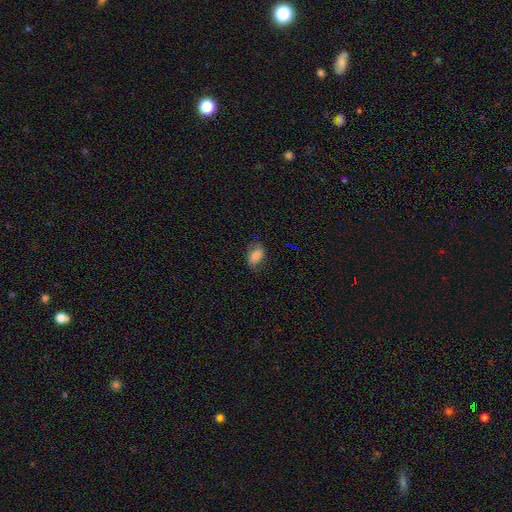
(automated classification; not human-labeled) Smooth or featured?
  - smooth: 80% *
  - featured or disk: 12%
  - star or artifact: 9%
How rounded?
  - in between: 87% *
  - round: 11%
  - cigar-shaped: 2%
Merging?
  - none: 71% *
  - minor disturbance: 21%
  - major disturbance: 7%
  - merger: 1%